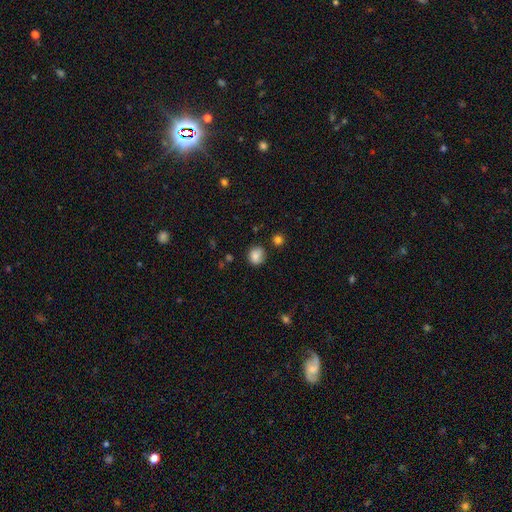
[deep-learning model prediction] This is clearly a smooth galaxy (84%). How rounded: likely round (73%). Merging: likely none (78%).